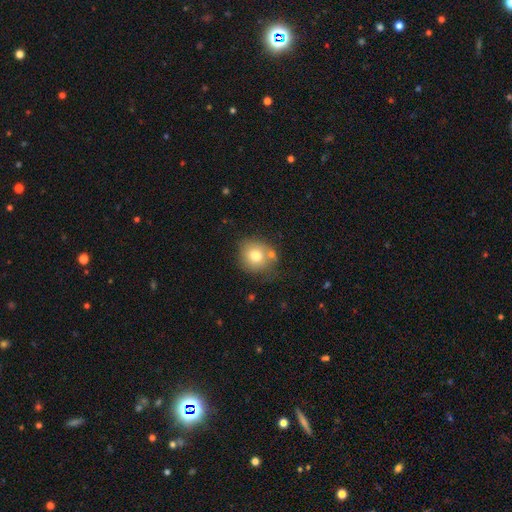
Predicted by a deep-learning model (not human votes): Smooth or featured? Predicted: smooth (p=0.76). How rounded? Predicted: round (p=0.78). Merging? Predicted: none (p=0.60).